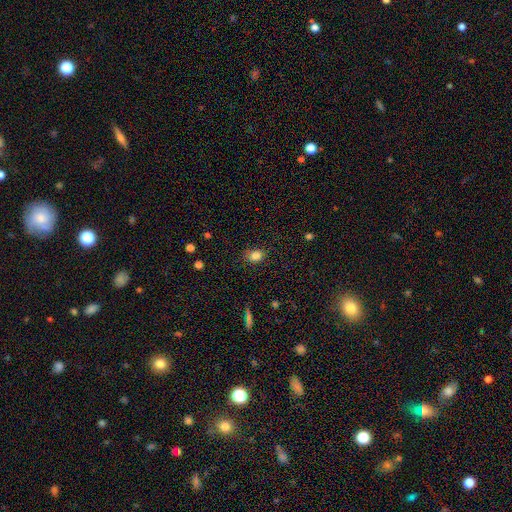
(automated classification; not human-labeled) This appears to be a smooth galaxy with no disk features (83%) that is in between round and cigar-shaped (61%). Merging: none (78%).